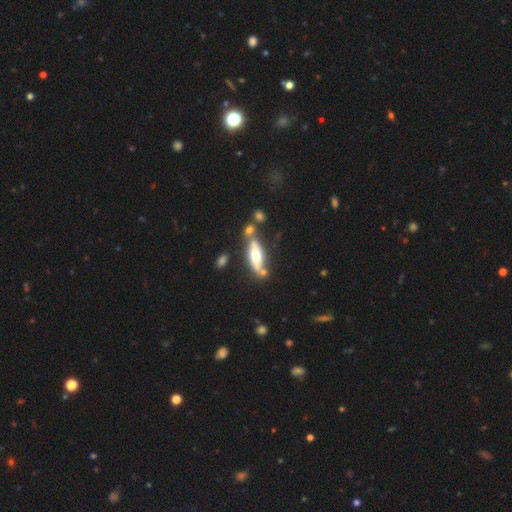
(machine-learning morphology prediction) Q: Smooth or featured?
A: smooth (51%); runner-up: featured or disk (42%)
Q: How rounded?
A: in between (61%); runner-up: cigar-shaped (36%)
Q: Merging?
A: none (59%); runner-up: merger (21%)